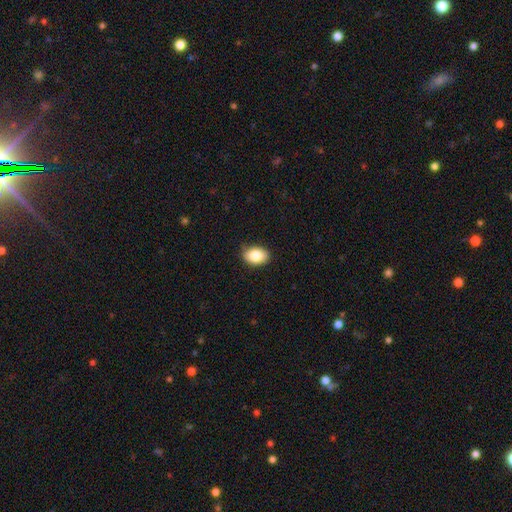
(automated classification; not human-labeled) Smooth or featured?
  - smooth: 85% *
  - featured or disk: 8%
  - star or artifact: 8%
How rounded?
  - in between: 82% *
  - round: 17%
  - cigar-shaped: 1%
Merging?
  - none: 85% *
  - minor disturbance: 12%
  - major disturbance: 2%
  - merger: 1%